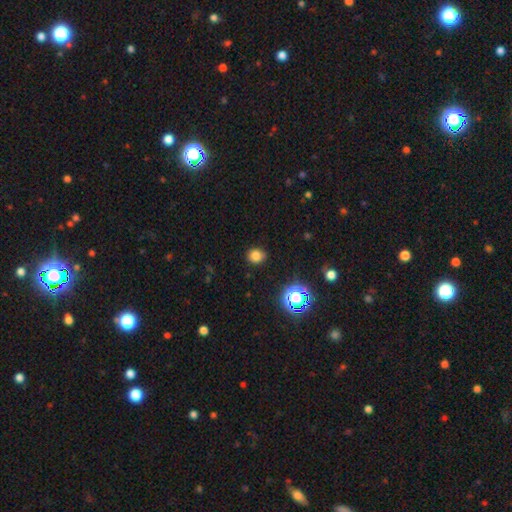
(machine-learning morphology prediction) Smooth or featured: smooth — 78% (star or artifact — 17%)
How rounded: round — 75% (in between — 24%)
Merging: none — 87% (minor disturbance — 10%)